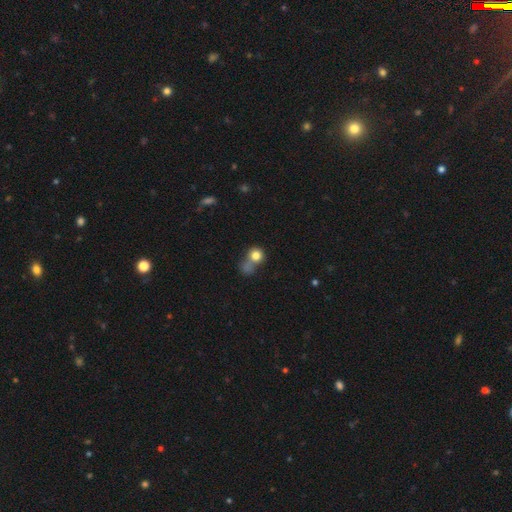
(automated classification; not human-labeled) This appears to be a smooth galaxy with no disk features (77%) that is round (81%). Merging: merger (37%).